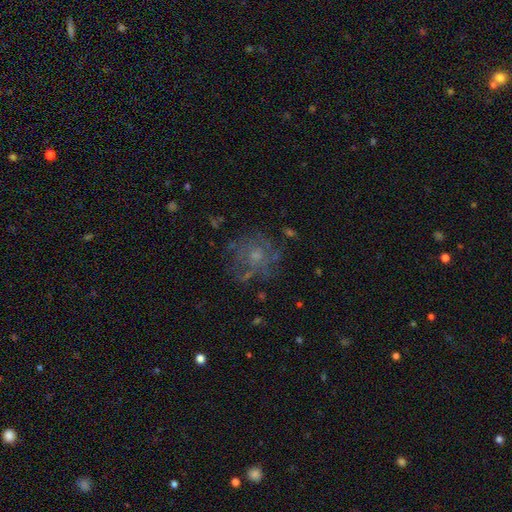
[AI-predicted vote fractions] Smooth or featured: featured or disk — 52% (smooth — 33%)
Edge-on disk: no — 97% (yes — 3%)
Bar: no — 88% (weak — 11%)
Spiral arms: no — 59% (yes — 41%)
Bulge size: small — 44% (moderate — 40%)
Merging: none — 63% (minor disturbance — 18%)